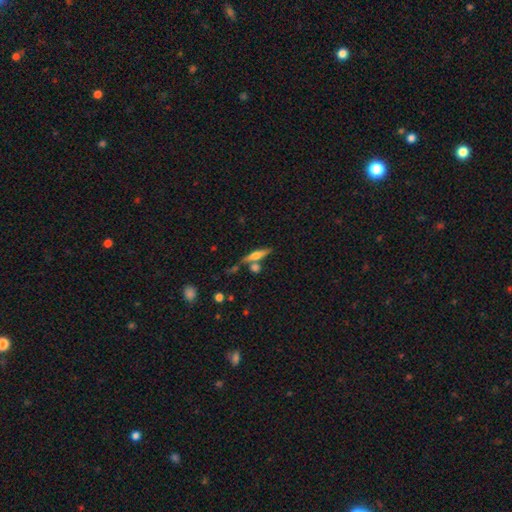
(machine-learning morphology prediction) featured or disk 51%, smooth 41%, star or artifact 8%. Down the decision tree: edge-on disk — yes (93%); merging — none (63%).